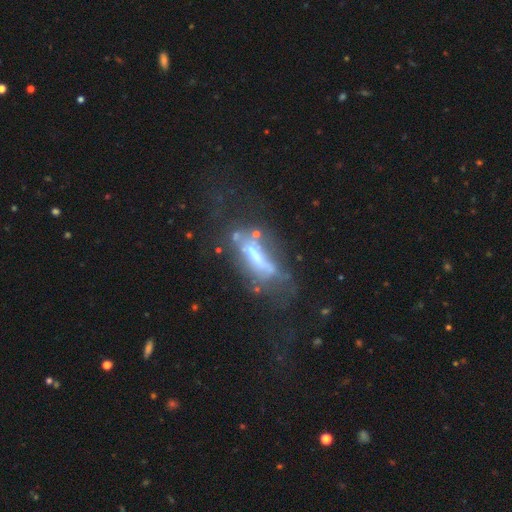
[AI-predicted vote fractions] A featured or disk galaxy (58%).

Vote fractions:
- Smooth or featured? featured or disk: 58% / smooth: 30% / star or artifact: 12%
- Edge-on disk? no: 70% / yes: 30%
- Merging? major disturbance: 34% / none: 32% / minor disturbance: 21% / merger: 14%